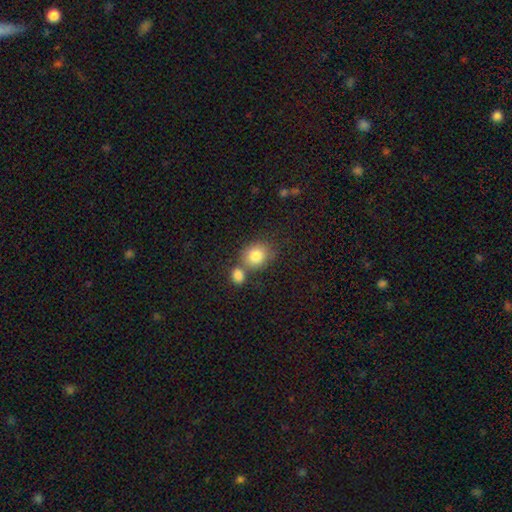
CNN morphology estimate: A smooth galaxy with no disk features (82%) that is round (69%). Merging: none (54%).